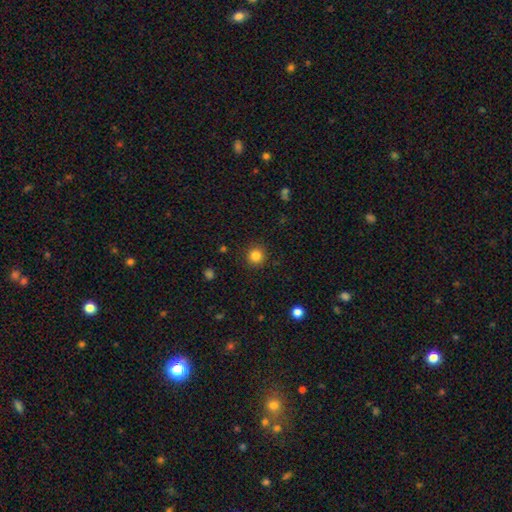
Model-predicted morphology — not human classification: This is clearly a smooth galaxy (83%). How rounded: clearly round (94%). Merging: clearly none (91%).